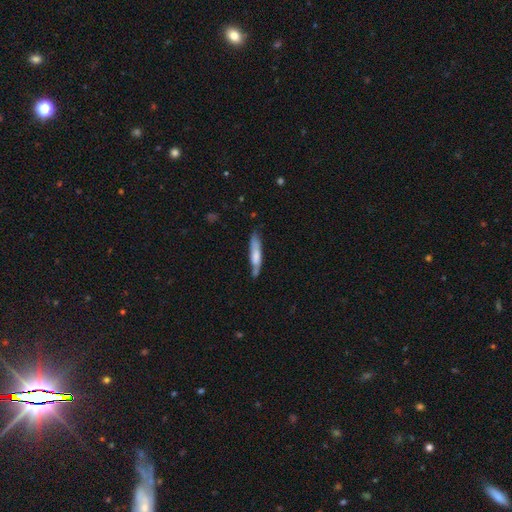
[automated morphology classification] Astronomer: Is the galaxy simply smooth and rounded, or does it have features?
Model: smooth — 61%.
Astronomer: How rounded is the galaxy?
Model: cigar-shaped — 83%.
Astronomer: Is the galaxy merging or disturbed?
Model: none — 65%.